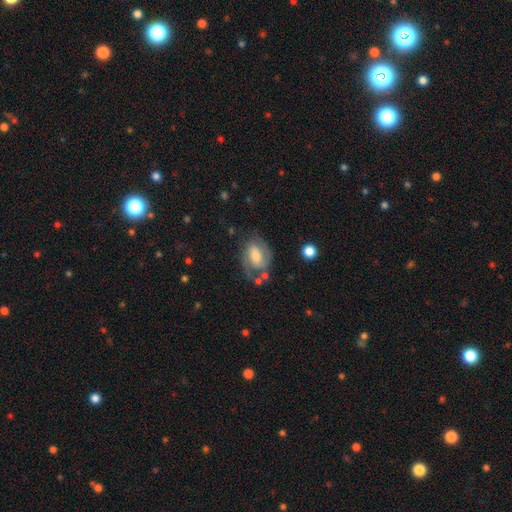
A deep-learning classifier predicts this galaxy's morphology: The model was most divided on "spiral winding": medium: 45%, tight: 38%, loose: 17%. Remaining: edge-on disk — no (96%); spiral arms — yes (86%); spiral arm count — 2 (72%); smooth or featured — featured or disk (66%); merging — none (57%); bulge size — moderate (55%); bar — weak (46%).